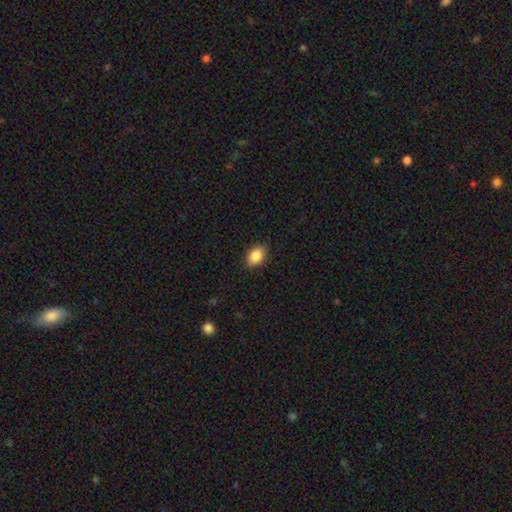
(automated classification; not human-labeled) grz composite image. It shows a smooth galaxy with no disk features (88%) that is in between round and cigar-shaped (85%). Merging: none (87%).